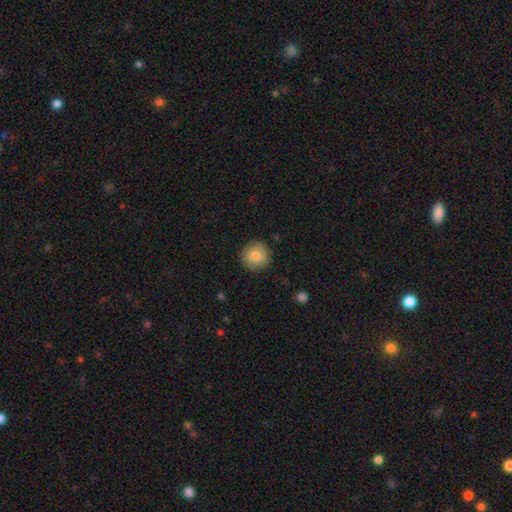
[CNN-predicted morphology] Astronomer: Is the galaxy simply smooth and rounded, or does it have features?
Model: smooth — 85%.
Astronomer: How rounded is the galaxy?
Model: round — 92%.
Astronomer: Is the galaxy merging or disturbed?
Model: none — 88%.